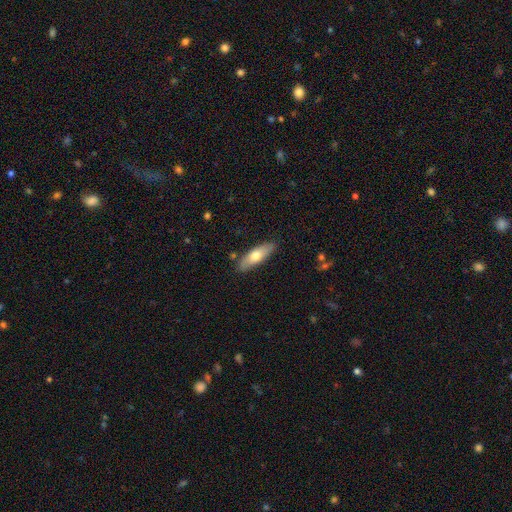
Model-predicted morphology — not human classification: smooth_or_featured: smooth (p=0.63) [alt: featured or disk p=0.31]
how_rounded: in between (p=0.55) [alt: cigar-shaped p=0.43]
merging: none (p=0.84) [alt: minor disturbance p=0.11]